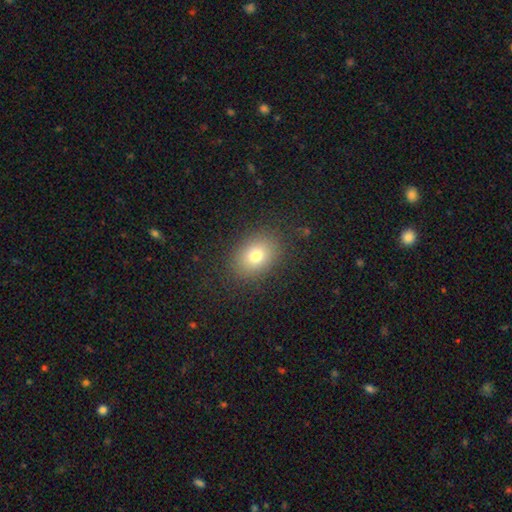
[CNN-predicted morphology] The model was most divided on "how rounded": in between: 65%, round: 33%, cigar-shaped: 1%. More confident: merging — none (87%); smooth or featured — smooth (78%).